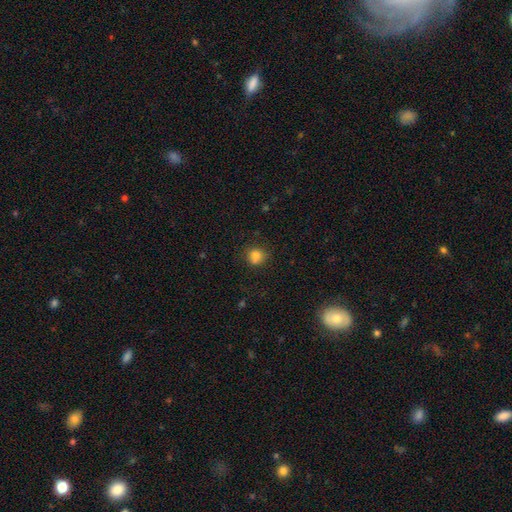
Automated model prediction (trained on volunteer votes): Overall: smooth (82%). How rounded: round (84%). Merging: none (79%).